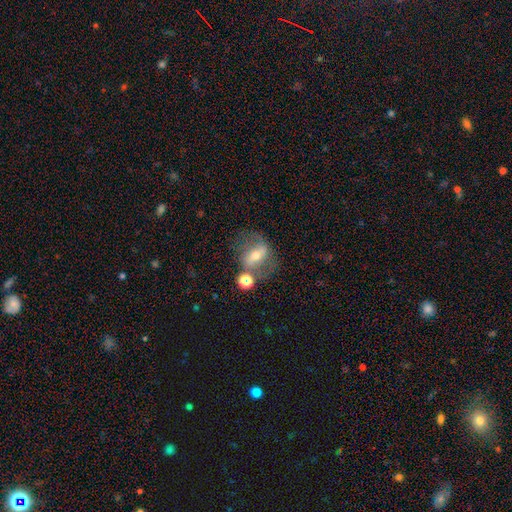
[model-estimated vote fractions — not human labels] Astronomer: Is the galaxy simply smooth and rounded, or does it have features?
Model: featured or disk — 58%.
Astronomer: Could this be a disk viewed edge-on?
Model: no — 90%.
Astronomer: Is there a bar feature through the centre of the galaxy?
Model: strong — 51% (runner-up: weak, 29%).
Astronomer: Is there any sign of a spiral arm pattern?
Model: yes — 59% (runner-up: no, 41%).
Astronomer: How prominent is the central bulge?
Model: moderate — 55% (runner-up: small, 34%).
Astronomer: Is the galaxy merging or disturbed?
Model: none — 54%.